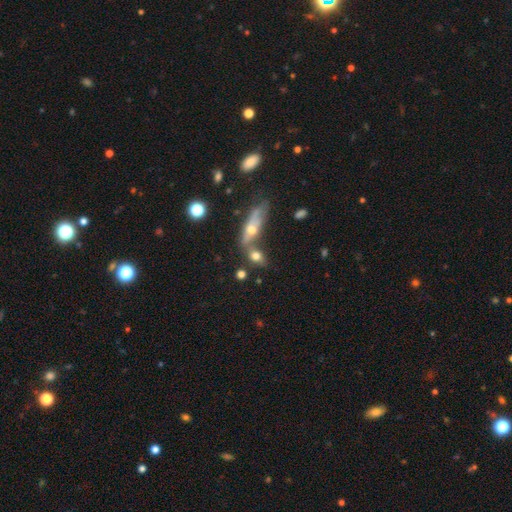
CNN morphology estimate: Smooth or featured? Predicted: smooth (p=0.66). How rounded? Predicted: in between (p=0.60). Merging? Predicted: none (p=0.43).